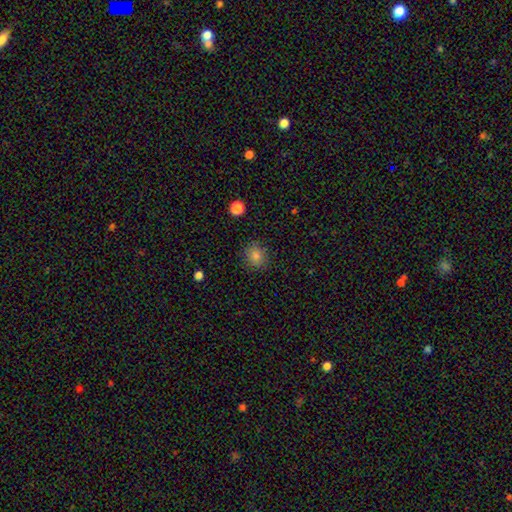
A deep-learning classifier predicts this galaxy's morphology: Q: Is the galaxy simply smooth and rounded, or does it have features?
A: smooth — 81%.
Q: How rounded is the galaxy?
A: round — 80%.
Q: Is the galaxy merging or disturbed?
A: none — 88%.